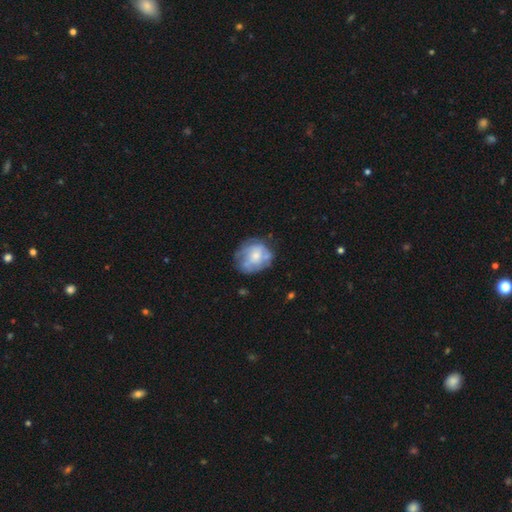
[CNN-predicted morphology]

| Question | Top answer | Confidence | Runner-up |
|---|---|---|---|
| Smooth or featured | featured or disk | 51% | smooth (41%) |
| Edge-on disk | no | 98% | yes (2%) |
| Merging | none | 59% | minor disturbance (24%) |